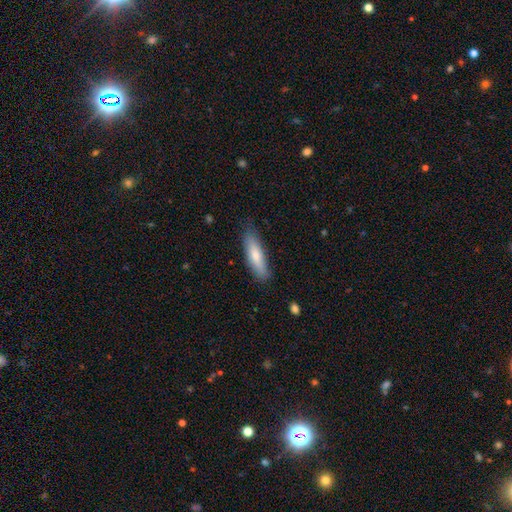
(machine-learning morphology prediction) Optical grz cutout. It shows a smooth galaxy with no disk features (75%) that is cigar-shaped (60%). Merging: none (80%).